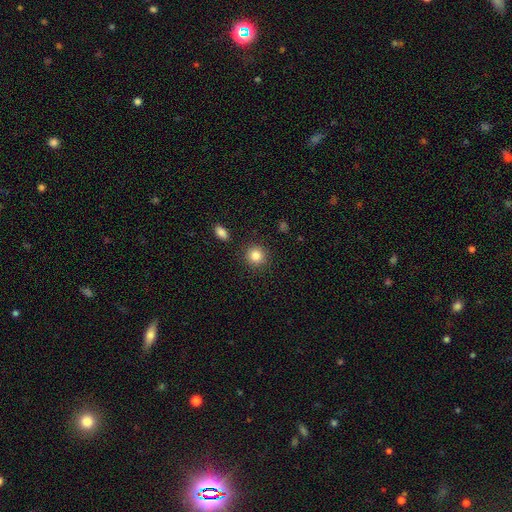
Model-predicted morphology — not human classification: This is clearly a smooth galaxy (85%). How rounded: clearly round (91%). Merging: clearly none (89%).